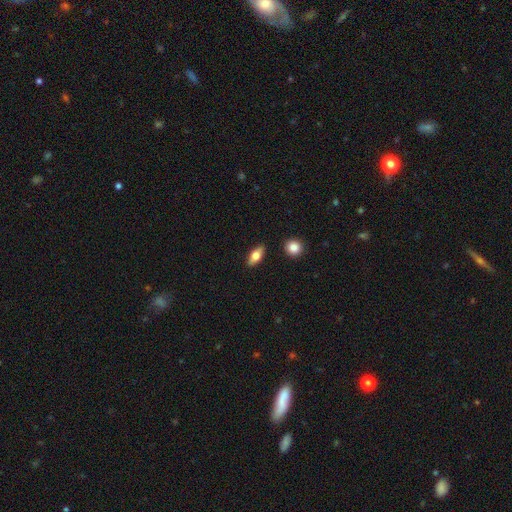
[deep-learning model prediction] Q: Smooth or featured?
A: smooth (68%); runner-up: featured or disk (25%)
Q: How rounded?
A: in between (79%); runner-up: cigar-shaped (16%)
Q: Merging?
A: none (87%); runner-up: minor disturbance (8%)